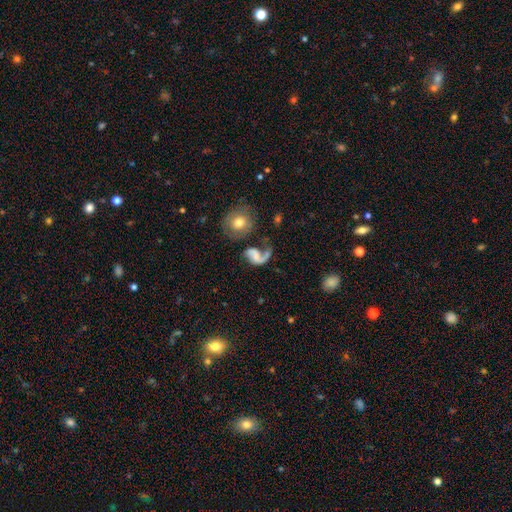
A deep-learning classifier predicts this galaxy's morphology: This appears to be a featured or disk galaxy (74%) with no bar (52%), 2 (61%) loose (69%) spiral arms (90%) and no central bulge (36%). Merging: none (35%).